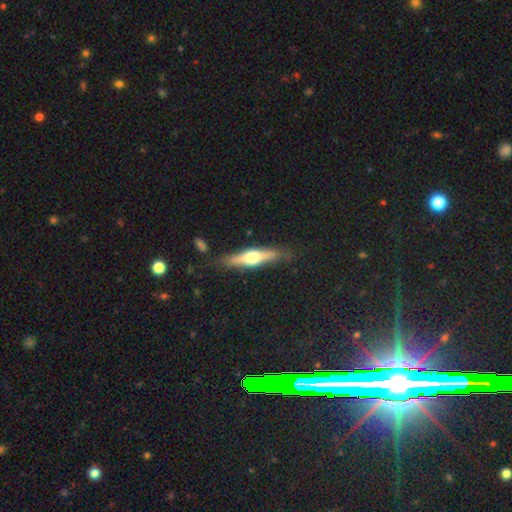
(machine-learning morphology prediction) type=featured or disk (61%); edge-on=yes (94%); edge-on bulge=rounded (88%); merging=none (80%).